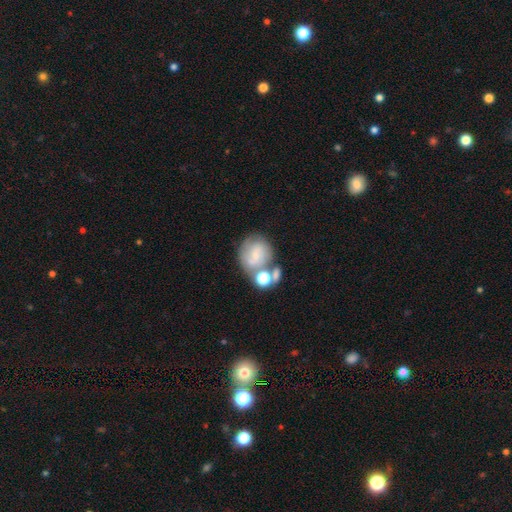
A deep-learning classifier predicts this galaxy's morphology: This appears to be a smooth galaxy with no disk features (49%). Merging: none (44%).